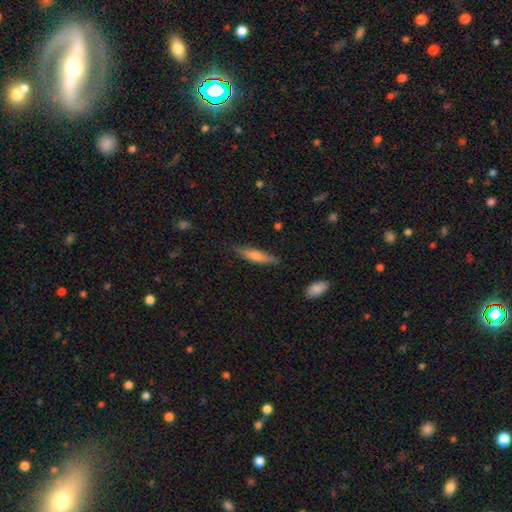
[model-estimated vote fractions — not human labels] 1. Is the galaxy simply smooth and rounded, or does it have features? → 48% featured or disk, 45% smooth, 7% star or artifact.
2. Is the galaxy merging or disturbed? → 85% none, 12% minor disturbance, 2% major disturbance, 1% merger.